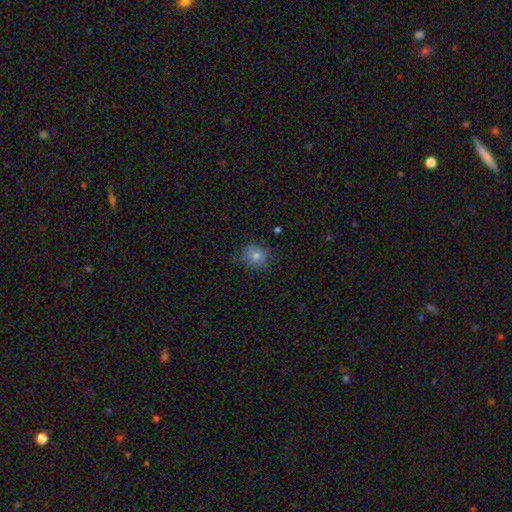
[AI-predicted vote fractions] Morphology: type=smooth (76%); roundness=round (75%); merging=none (79%).